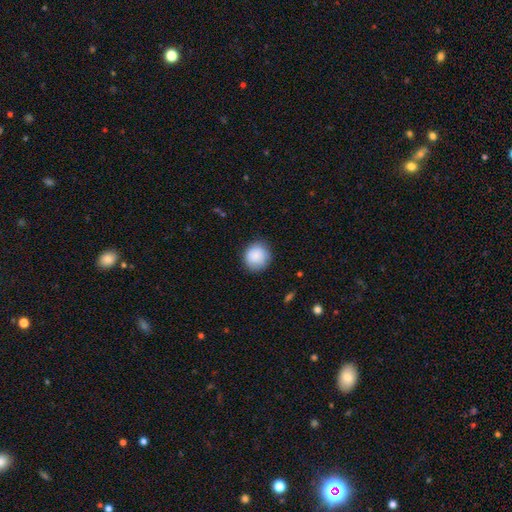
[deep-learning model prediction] Morphology: type=smooth (89%); roundness=round (88%); merging=none (85%).